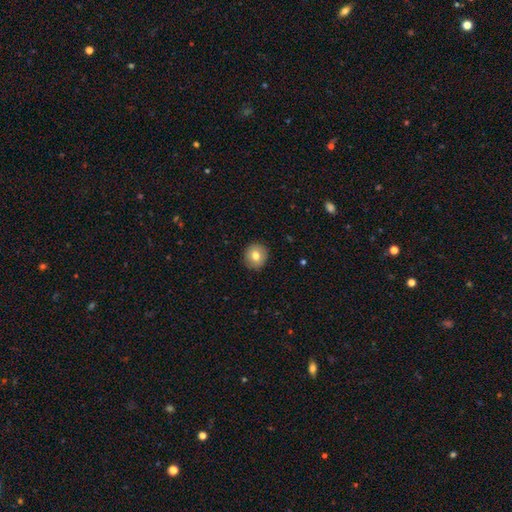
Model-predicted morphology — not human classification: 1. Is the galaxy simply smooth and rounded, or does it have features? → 77% smooth, 15% featured or disk, 9% star or artifact.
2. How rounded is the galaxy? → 90% round, 9% in between, 1% cigar-shaped.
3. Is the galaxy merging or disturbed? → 91% none, 6% minor disturbance, 2% major disturbance, 1% merger.